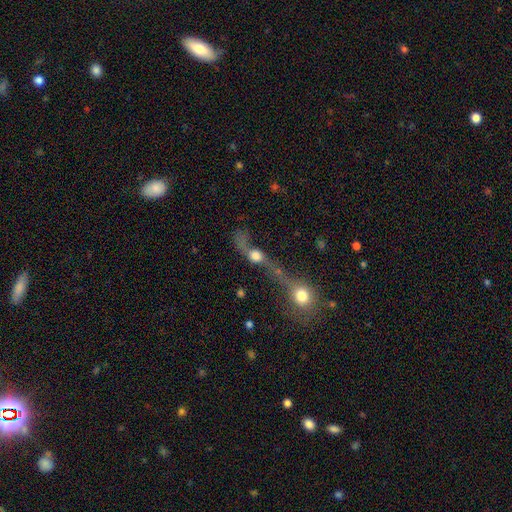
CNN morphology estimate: A smooth galaxy with no disk features (49%).

Vote fractions:
- Smooth or featured? smooth: 49% / featured or disk: 36% / star or artifact: 15%
- Merging? merger: 64% / major disturbance: 15% / none: 14% / minor disturbance: 7%